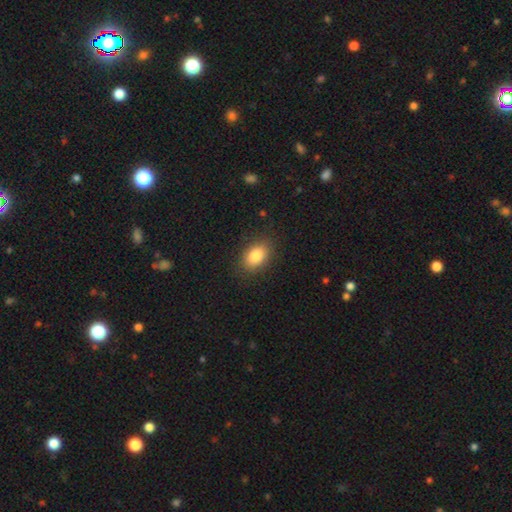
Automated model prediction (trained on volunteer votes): Smooth or featured? Predicted: smooth (p=0.85). How rounded? Predicted: in between (p=0.85). Merging? Predicted: none (p=0.86).